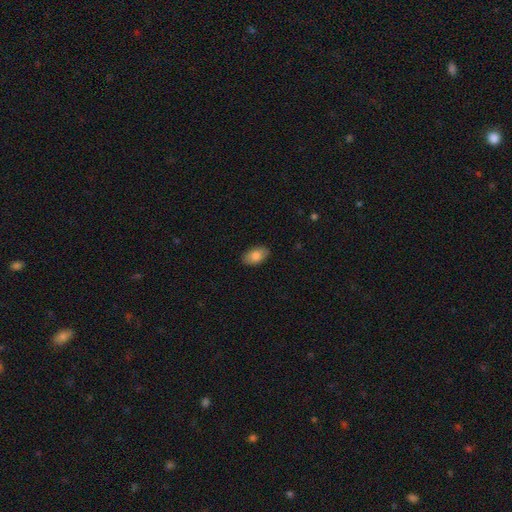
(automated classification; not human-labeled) Q: Smooth or featured?
A: smooth (82%); runner-up: featured or disk (11%)
Q: How rounded?
A: in between (93%); runner-up: round (6%)
Q: Merging?
A: none (87%); runner-up: minor disturbance (10%)